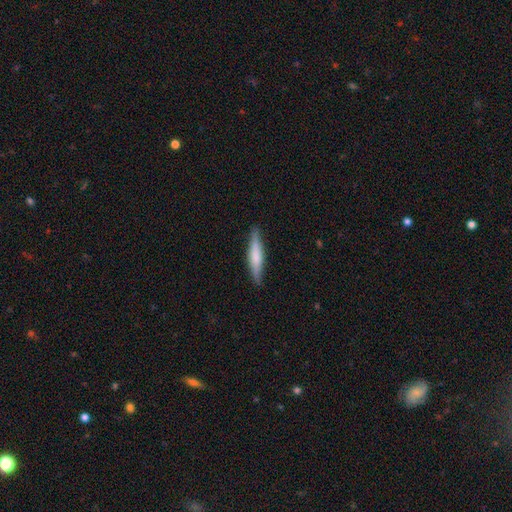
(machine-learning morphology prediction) This is possibly a smooth galaxy (56%). How rounded: clearly cigar-shaped (86%). Merging: clearly none (87%).